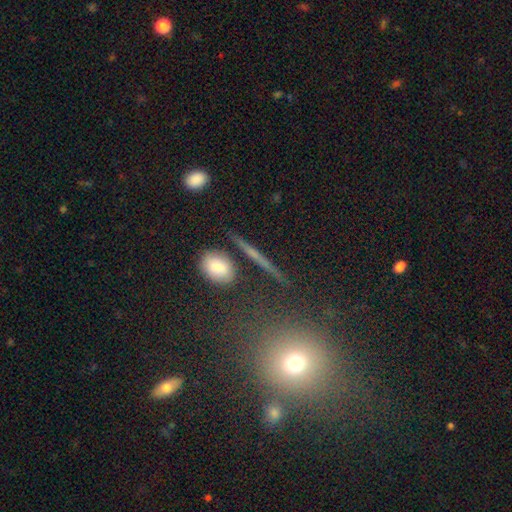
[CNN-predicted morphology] smooth-or-featured: smooth: 51% | featured or disk: 31% | star or artifact: 18%
  how-rounded: cigar-shaped: 41% | round: 31% | in between: 28%
  merging: none: 84% | minor disturbance: 8% | merger: 5% | major disturbance: 3%